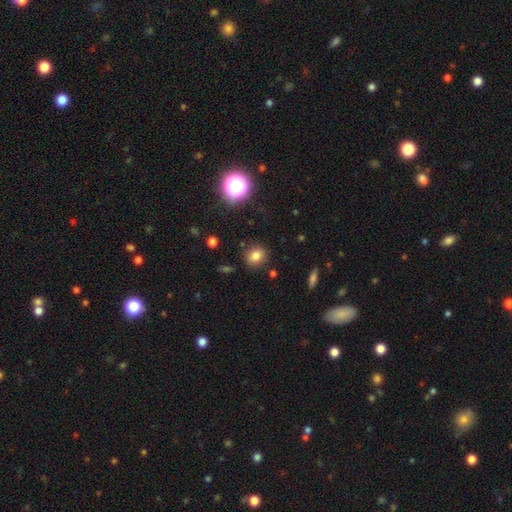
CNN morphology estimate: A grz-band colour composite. It shows a smooth galaxy with no disk features (79%) that is round (74%). Merging: none (87%).